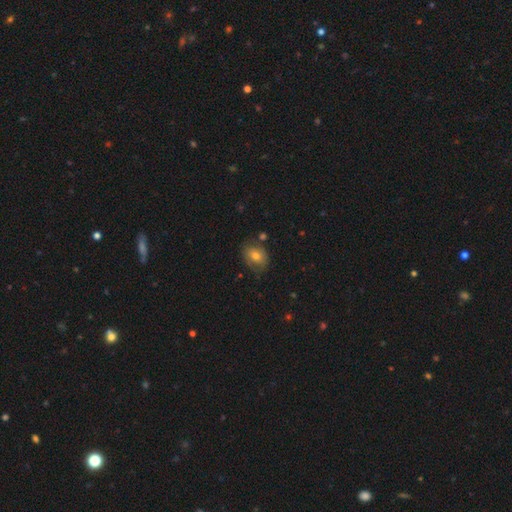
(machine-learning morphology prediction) smooth-or-featured: smooth: 68% | featured or disk: 22% | star or artifact: 9%
  how-rounded: in between: 60% | round: 39% | cigar-shaped: 1%
  merging: none: 68% | minor disturbance: 22% | major disturbance: 6% | merger: 4%